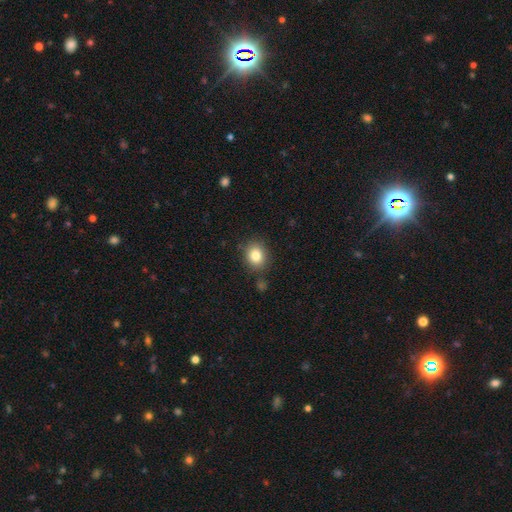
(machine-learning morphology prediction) smooth-or-featured: smooth: 83% | star or artifact: 10% | featured or disk: 7%
  how-rounded: round: 63% | in between: 37% | cigar-shaped: 1%
  merging: none: 82% | minor disturbance: 11% | merger: 4% | major disturbance: 3%